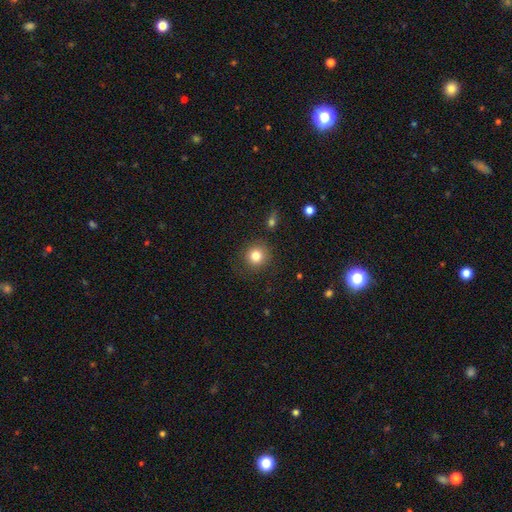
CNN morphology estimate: smooth-or-featured: smooth: 82% | star or artifact: 11% | featured or disk: 7%
  how-rounded: round: 91% | in between: 8% | cigar-shaped: 1%
  merging: none: 84% | minor disturbance: 10% | major disturbance: 4% | merger: 2%